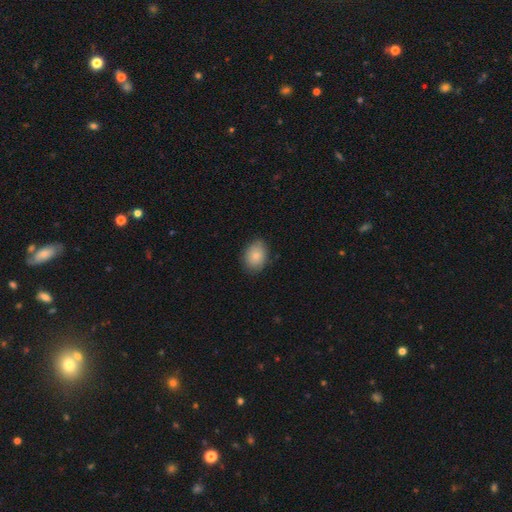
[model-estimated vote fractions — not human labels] Overall: smooth (82%). How rounded: in between (67%; round 32%). Merging: none (82%).